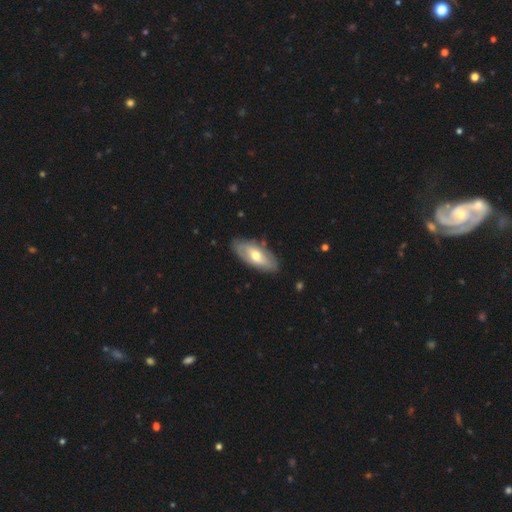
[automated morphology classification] smooth-or-featured: featured or disk: 50% | smooth: 45% | star or artifact: 5%
  merging: none: 81% | minor disturbance: 14% | major disturbance: 3% | merger: 2%